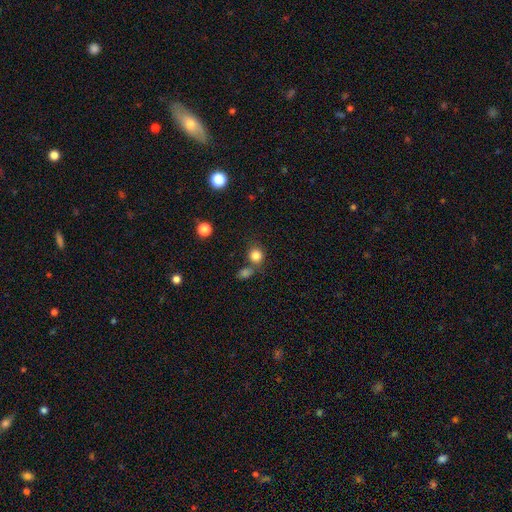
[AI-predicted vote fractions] The model was most divided on "merging": none: 62%, merger: 21%, minor disturbance: 12%, major disturbance: 5%. More confident: smooth or featured — smooth (83%); how rounded — round (82%).